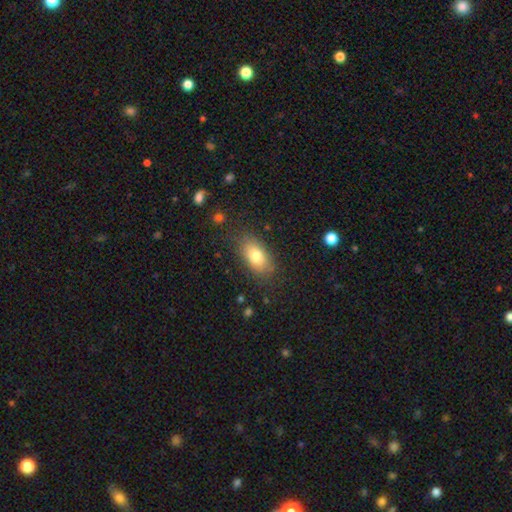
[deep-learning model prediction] The model was most divided on "smooth or featured": smooth: 78%, featured or disk: 14%, star or artifact: 8%. More confident: how rounded — in between (89%); merging — none (79%).